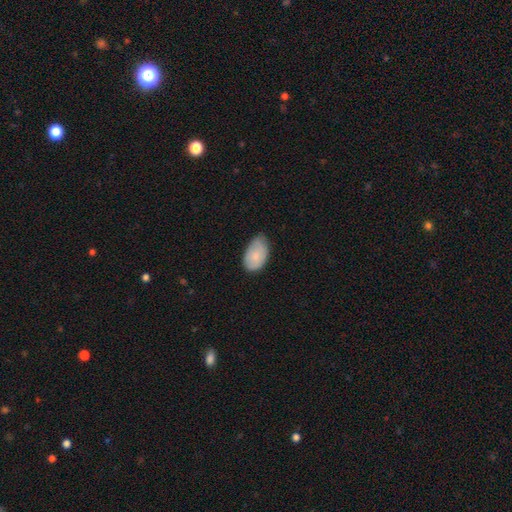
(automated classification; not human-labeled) Q: Smooth or featured?
A: smooth (82%); runner-up: featured or disk (12%)
Q: How rounded?
A: in between (93%); runner-up: round (6%)
Q: Merging?
A: none (56%); runner-up: minor disturbance (38%)